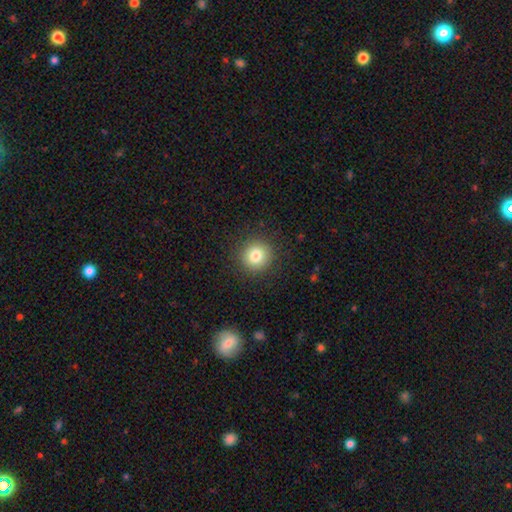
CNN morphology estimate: Smooth or featured: smooth — 82% (star or artifact — 11%)
How rounded: round — 92% (in between — 7%)
Merging: none — 90% (minor disturbance — 6%)